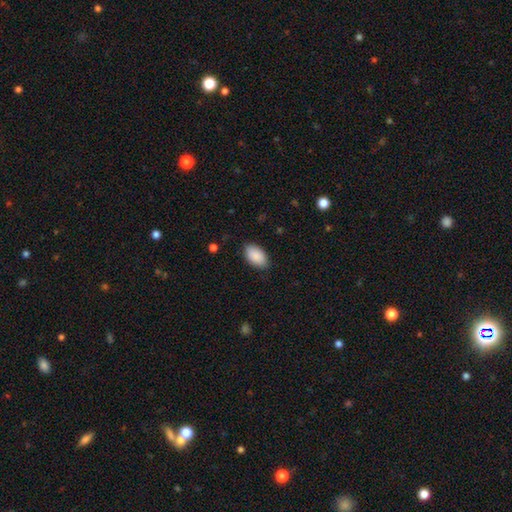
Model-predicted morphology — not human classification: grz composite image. It shows a smooth galaxy with no disk features (90%) that is in between round and cigar-shaped (95%). Merging: none (84%).